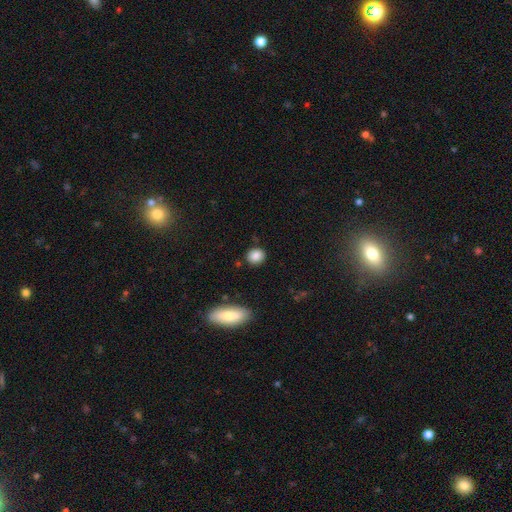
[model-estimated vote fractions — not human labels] smooth 86%, star or artifact 9%, featured or disk 5%. Down the decision tree: how rounded — round (70%); merging — none (83%).